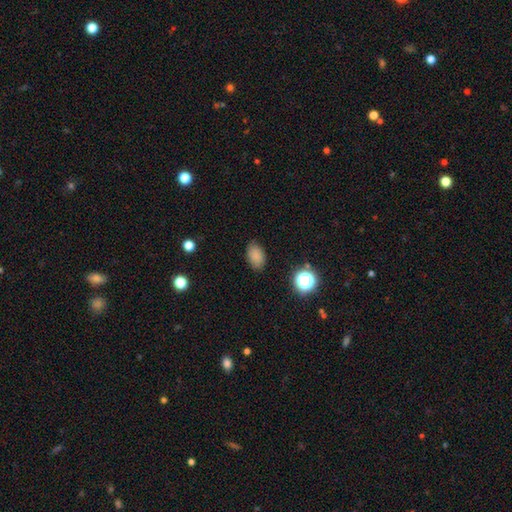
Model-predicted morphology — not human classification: Smooth or featured?
  - smooth: 82% *
  - star or artifact: 12%
  - featured or disk: 6%
How rounded?
  - in between: 85% *
  - round: 14%
  - cigar-shaped: 1%
Merging?
  - none: 82% *
  - minor disturbance: 13%
  - major disturbance: 3%
  - merger: 1%